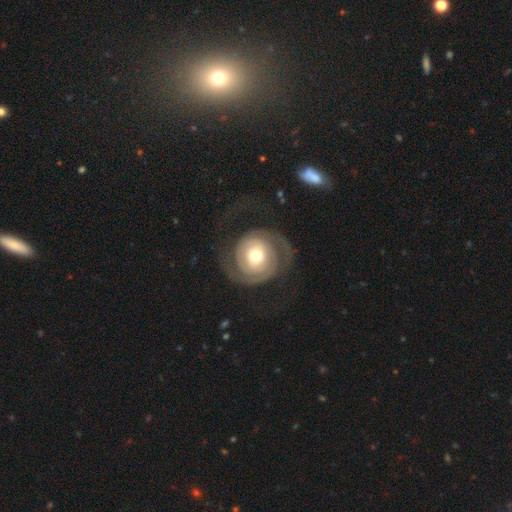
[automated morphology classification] smooth-or-featured: featured or disk: 77% | smooth: 18% | star or artifact: 5%
  disk-edge-on: no: 97% | yes: 3%
    bar: no: 74% | weak: 20% | strong: 7%
    has-spiral-arms: yes: 88% | no: 12%
      spiral-winding: tight: 51% | medium: 30% | loose: 19%
      spiral-arm-count: 2: 68% | 1: 16% | can't tell: 9% | 3: 3% | 4: 2% | more than 4: 2%
    bulge-size: moderate: 66% | small: 17% | large: 13% | dominant: 2% | none: 1%
  merging: none: 60% | major disturbance: 24% | minor disturbance: 14% | merger: 2%